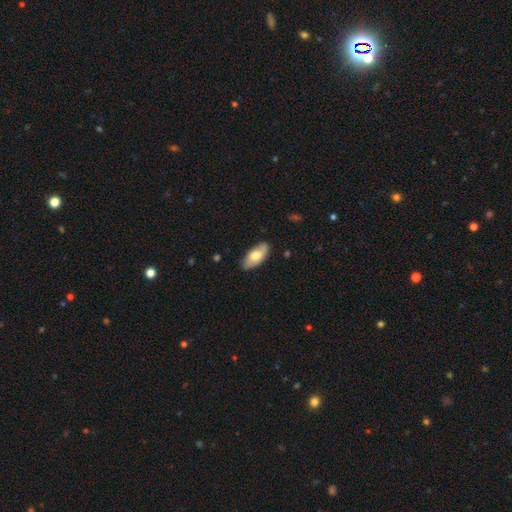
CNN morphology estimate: This appears to be a smooth galaxy with no disk features (65%) that is in between round and cigar-shaped (89%). Merging: none (83%).